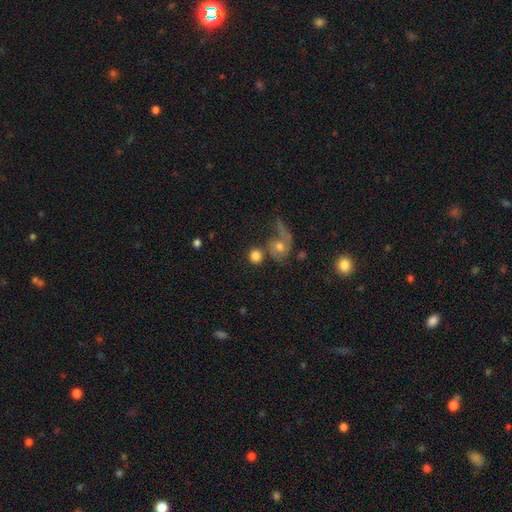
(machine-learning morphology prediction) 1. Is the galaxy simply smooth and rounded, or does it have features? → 78% smooth, 13% featured or disk, 8% star or artifact.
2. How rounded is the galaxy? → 86% round, 13% in between, 2% cigar-shaped.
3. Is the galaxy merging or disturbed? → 57% none, 25% merger, 10% minor disturbance, 8% major disturbance.